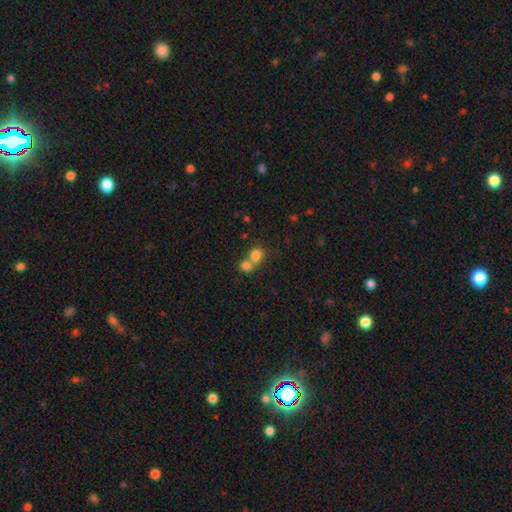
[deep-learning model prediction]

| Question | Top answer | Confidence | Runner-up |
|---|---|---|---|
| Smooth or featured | smooth | 79% | star or artifact (11%) |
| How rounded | round | 79% | in between (20%) |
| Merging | merger | 57% | none (36%) |